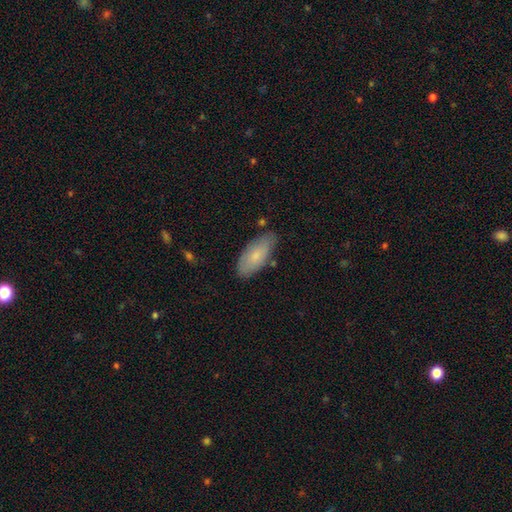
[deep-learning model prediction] The model was most divided on "merging": none: 77%, minor disturbance: 18%, major disturbance: 3%, merger: 2%. More confident: how rounded — in between (85%); smooth or featured — smooth (77%).